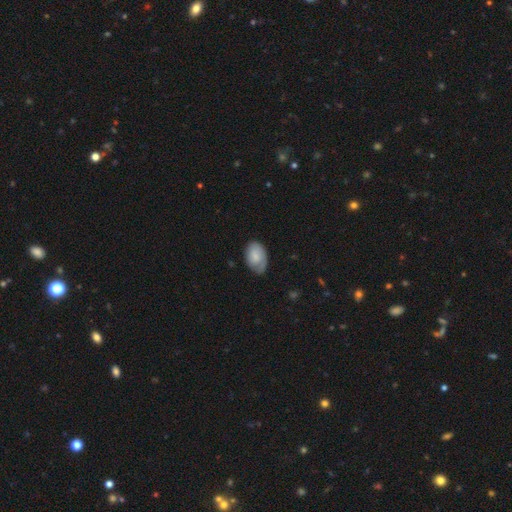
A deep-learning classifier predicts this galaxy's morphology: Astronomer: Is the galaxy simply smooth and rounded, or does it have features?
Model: smooth — 75%.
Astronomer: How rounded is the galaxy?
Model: in between — 90%.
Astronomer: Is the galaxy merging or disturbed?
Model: none — 64%.